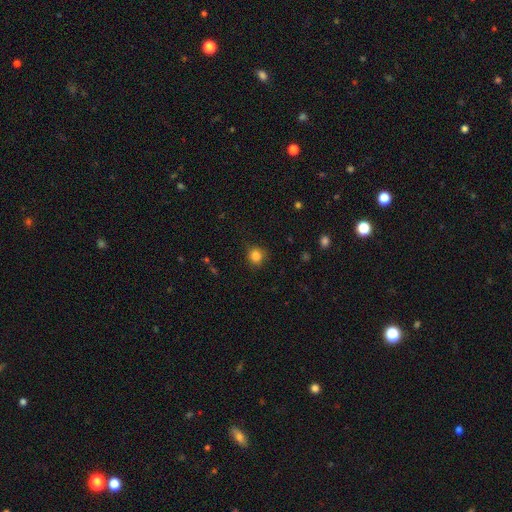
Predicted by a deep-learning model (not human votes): This is clearly a smooth galaxy (85%). How rounded: clearly round (87%). Merging: clearly none (83%).